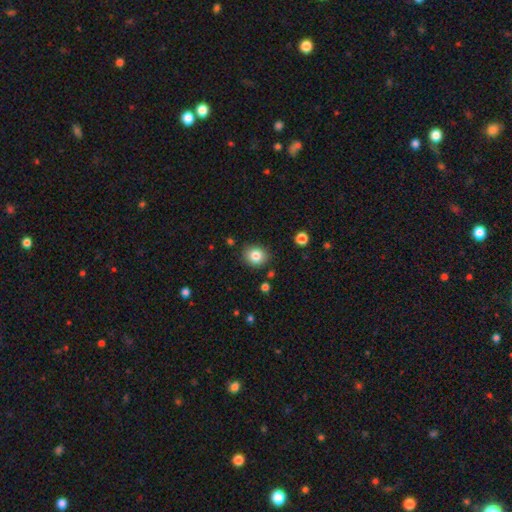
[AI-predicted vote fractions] Overall: smooth (82%). How rounded: round (77%). Merging: none (87%).